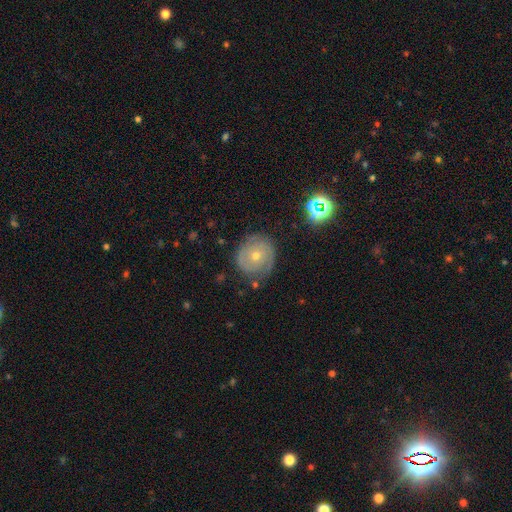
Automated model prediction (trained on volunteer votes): smooth_or_featured: featured or disk (p=0.66) [alt: smooth p=0.24]
disk_edge_on: no (p=0.97) [alt: yes p=0.03]
bar: no (p=0.81) [alt: weak p=0.16]
has_spiral_arms: yes (p=0.84) [alt: no p=0.16]
spiral_winding: tight (p=0.70) [alt: medium p=0.24]
spiral_arm_count: 2 (p=0.52) [alt: can't tell p=0.28]
bulge_size: small (p=0.59) [alt: moderate p=0.38]
merging: none (p=0.79) [alt: minor disturbance p=0.15]